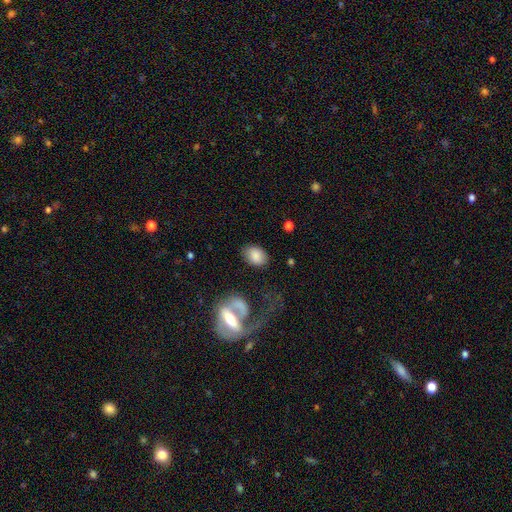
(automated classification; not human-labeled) Q: Smooth or featured?
A: smooth (81%); runner-up: featured or disk (11%)
Q: How rounded?
A: in between (78%); runner-up: round (21%)
Q: Merging?
A: none (78%); runner-up: minor disturbance (11%)